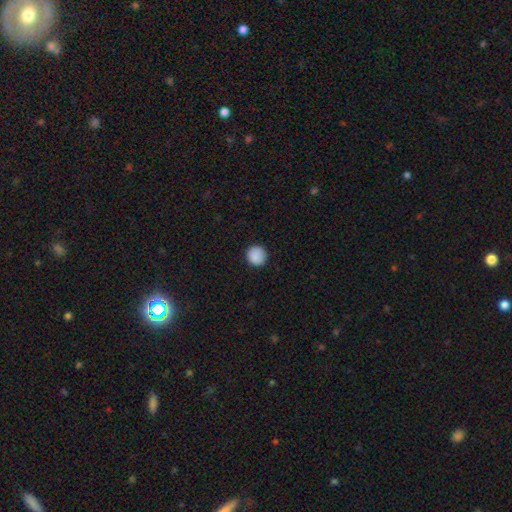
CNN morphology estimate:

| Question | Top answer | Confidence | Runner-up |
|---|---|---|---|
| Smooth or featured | smooth | 89% | star or artifact (8%) |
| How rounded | round | 95% | in between (4%) |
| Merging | none | 92% | minor disturbance (6%) |